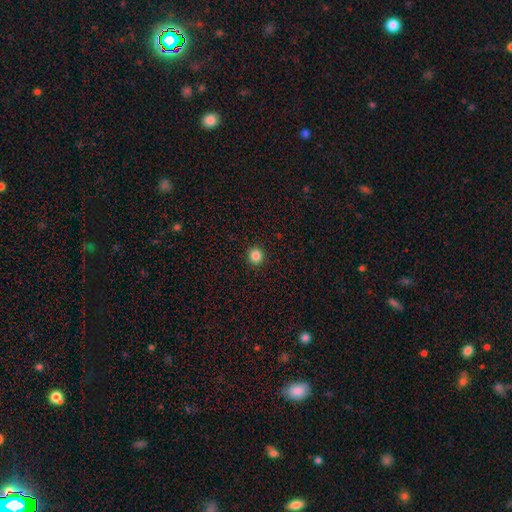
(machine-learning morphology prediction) This is clearly a smooth galaxy (85%). How rounded: clearly round (92%). Merging: clearly none (93%).